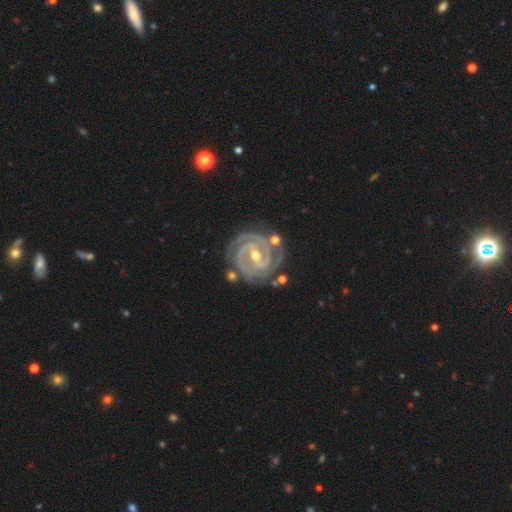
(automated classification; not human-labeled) Smooth or featured: featured or disk — 94% (star or artifact — 4%)
Edge-on disk: no — 98% (yes — 2%)
Bar: strong — 51% (weak — 36%)
Spiral arms: yes — 99% (no — 1%)
Spiral winding: tight — 83% (medium — 15%)
Spiral arm count: 2 — 65% (3 — 21%)
Bulge size: moderate — 50% (small — 48%)
Merging: none — 78% (minor disturbance — 14%)